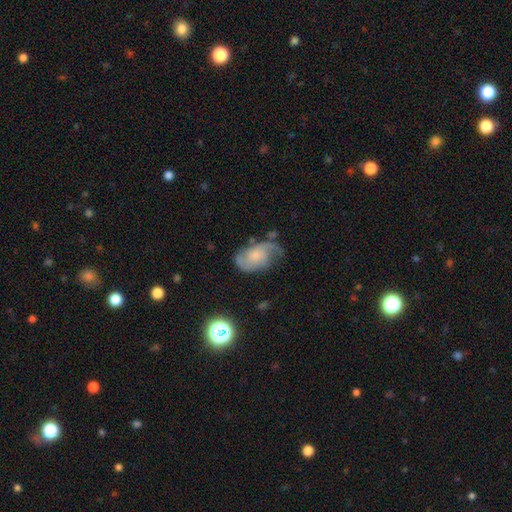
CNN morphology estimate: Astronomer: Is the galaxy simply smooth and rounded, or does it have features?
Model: featured or disk — 71%.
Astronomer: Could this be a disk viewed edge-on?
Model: no — 97%.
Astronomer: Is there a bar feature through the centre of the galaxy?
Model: no — 69%.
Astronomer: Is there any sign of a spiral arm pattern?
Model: yes — 92%.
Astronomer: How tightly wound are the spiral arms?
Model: medium — 46% (runner-up: loose, 32%).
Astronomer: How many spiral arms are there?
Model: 2 — 78%.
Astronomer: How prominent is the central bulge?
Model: small — 47% (runner-up: moderate, 29%).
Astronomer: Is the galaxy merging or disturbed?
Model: none — 54%.